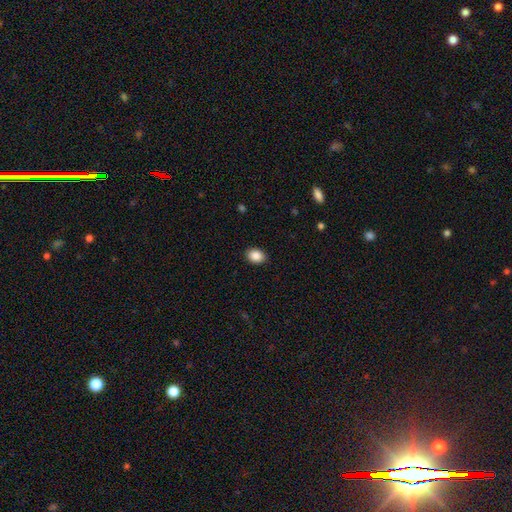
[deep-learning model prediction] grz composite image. It shows a smooth galaxy with no disk features (88%) that is in between round and cigar-shaped (68%). Merging: none (90%).